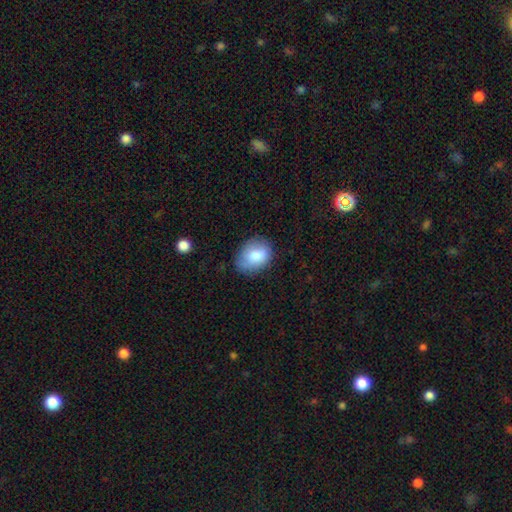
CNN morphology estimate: The model was most divided on "how rounded": in between: 67%, round: 32%, cigar-shaped: 1%. More confident: smooth or featured — smooth (82%); merging — none (70%).